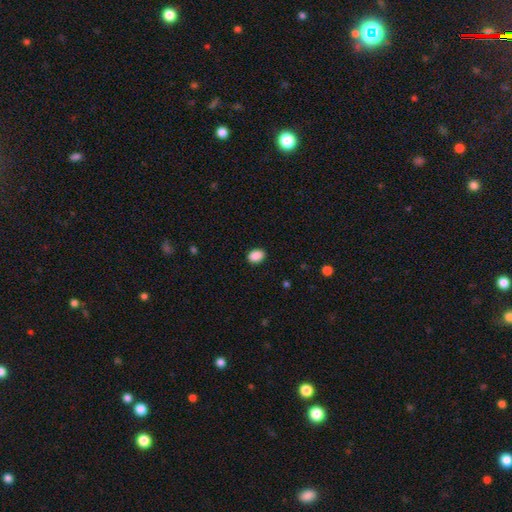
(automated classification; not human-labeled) Smooth or featured? smooth (90%)
How rounded? in between (76%)
Merging? none (89%)